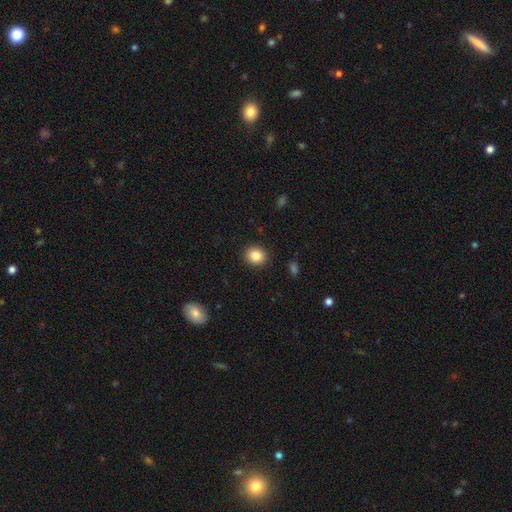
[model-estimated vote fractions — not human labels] Morphology: type=smooth (85%); roundness=round (75%); merging=none (90%).